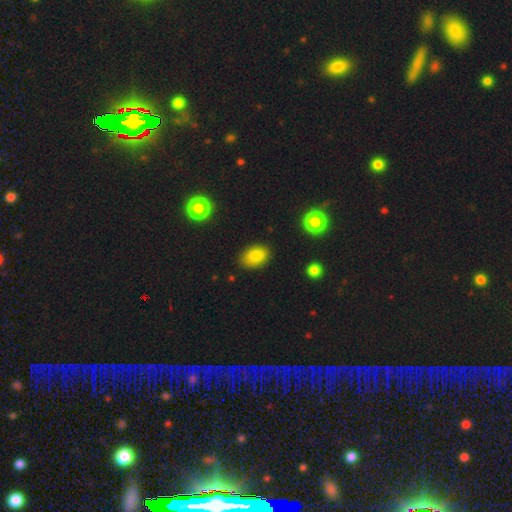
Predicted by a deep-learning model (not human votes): This is clearly a smooth galaxy (85%). How rounded: clearly in between (87%). Merging: clearly none (82%).